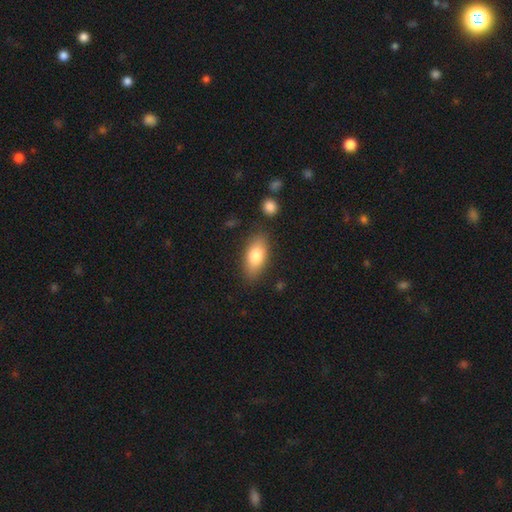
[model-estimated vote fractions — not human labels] Overall: smooth (80%). How rounded: in between (88%). Merging: none (82%).